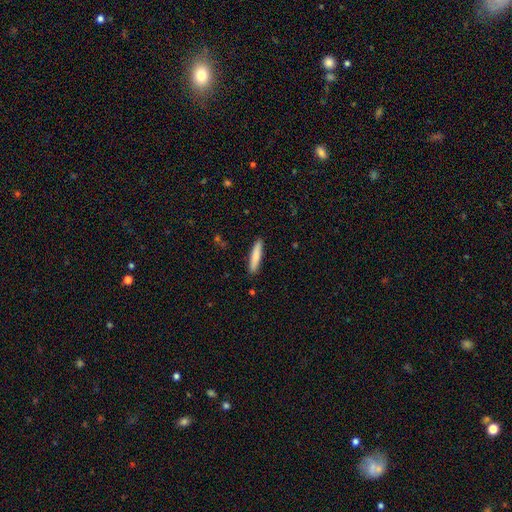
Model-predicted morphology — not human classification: Smooth or featured: smooth — 80% (featured or disk — 15%)
How rounded: cigar-shaped — 85% (in between — 13%)
Merging: none — 90% (minor disturbance — 7%)